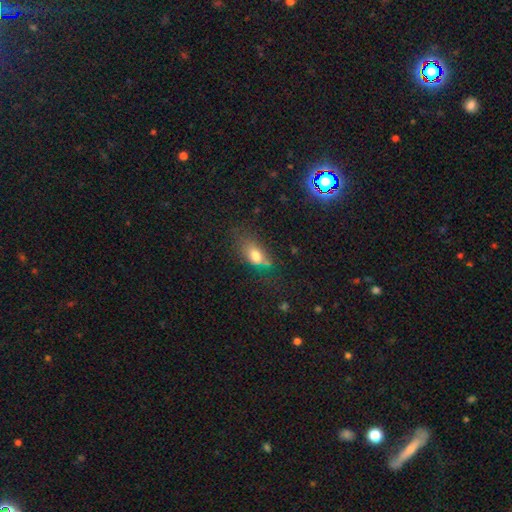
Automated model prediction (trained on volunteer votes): This is likely a smooth galaxy (75%). How rounded: likely in between (79%). Merging: possibly none (52%).